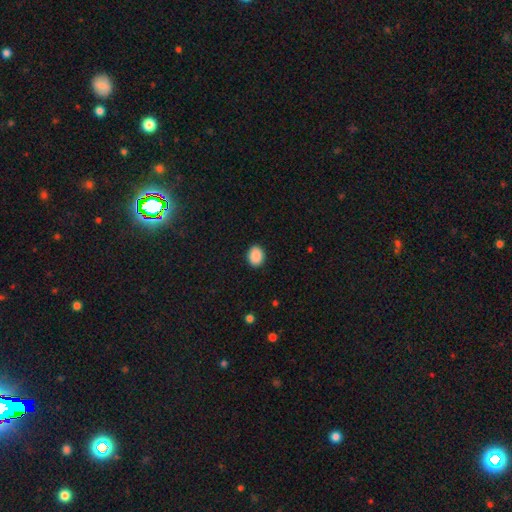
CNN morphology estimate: The model was most divided on "how rounded": in between: 57%, round: 42%, cigar-shaped: 1%. More confident: merging — none (90%); smooth or featured — smooth (90%).